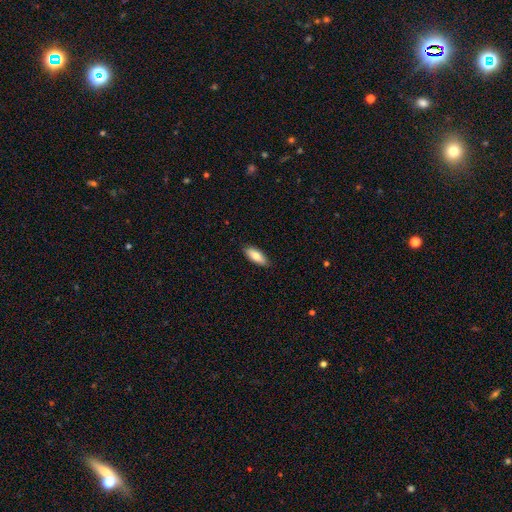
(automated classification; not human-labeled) Smooth or featured?
  - smooth: 78% *
  - featured or disk: 16%
  - star or artifact: 6%
How rounded?
  - in between: 73% *
  - cigar-shaped: 24%
  - round: 2%
Merging?
  - none: 88% *
  - minor disturbance: 9%
  - major disturbance: 2%
  - merger: 1%